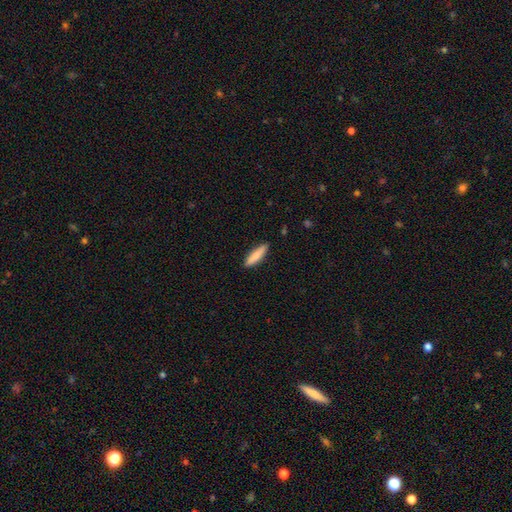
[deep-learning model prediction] The model was most divided on "how rounded": cigar-shaped: 77%, in between: 21%, round: 1%. More confident: merging — none (88%); smooth or featured — smooth (82%).